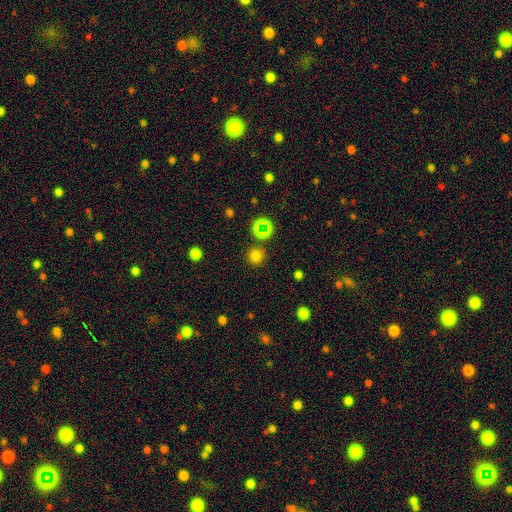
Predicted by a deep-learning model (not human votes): smooth-or-featured: smooth: 74% | star or artifact: 21% | featured or disk: 5%
  how-rounded: round: 94% | in between: 5% | cigar-shaped: 1%
  merging: none: 86% | minor disturbance: 7% | merger: 4% | major disturbance: 3%